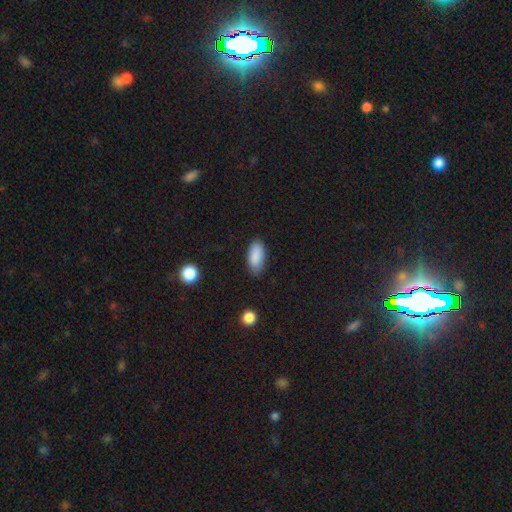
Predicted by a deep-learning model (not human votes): A smooth galaxy with no disk features (88%) that is in between round and cigar-shaped (91%). Merging: none (82%).